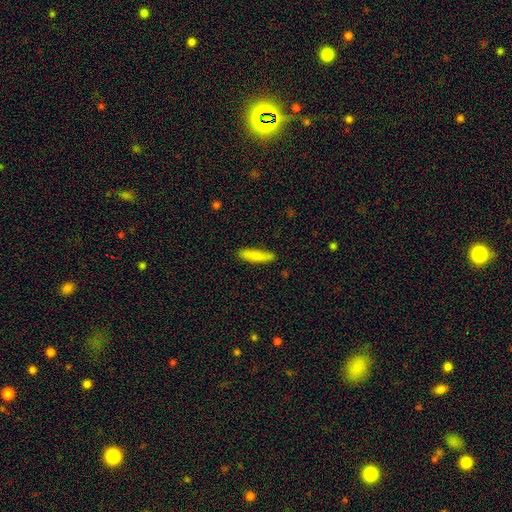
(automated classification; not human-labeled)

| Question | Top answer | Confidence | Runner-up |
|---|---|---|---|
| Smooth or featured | smooth | 84% | featured or disk (9%) |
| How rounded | cigar-shaped | 78% | in between (20%) |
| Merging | none | 83% | minor disturbance (13%) |